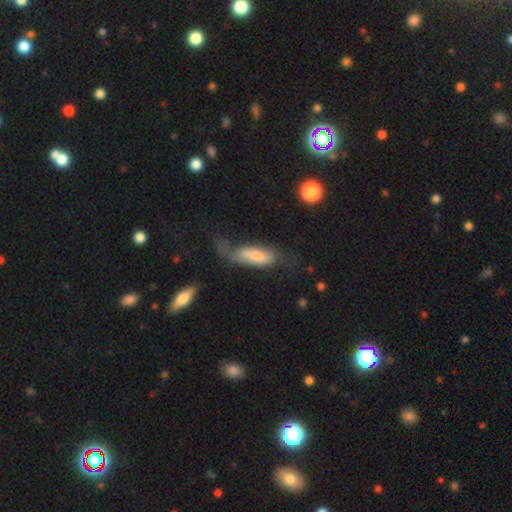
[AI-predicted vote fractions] The model was most divided on "merging": major disturbance: 42%, none: 28%, minor disturbance: 24%, merger: 6%. More confident: how rounded — in between (65%); smooth or featured — smooth (60%).